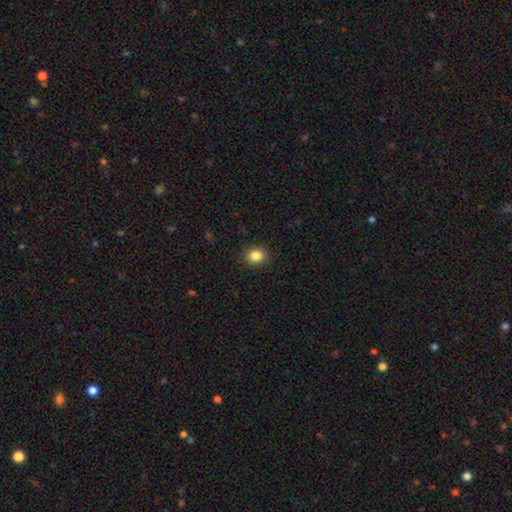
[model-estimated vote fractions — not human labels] This is clearly a smooth galaxy (85%). How rounded: likely round (61%). Merging: clearly none (89%).